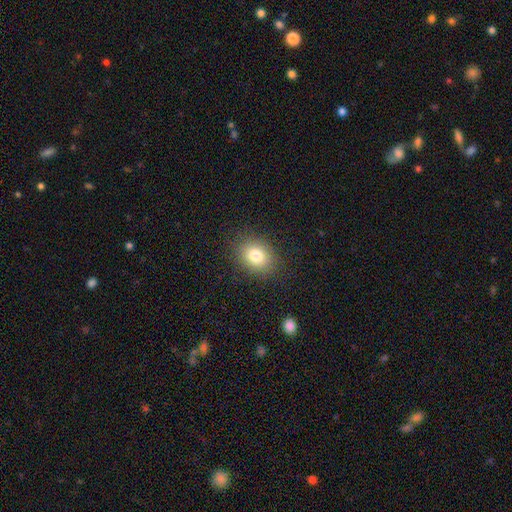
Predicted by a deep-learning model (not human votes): A smooth galaxy with no disk features (82%) that is in between round and cigar-shaped (62%). Merging: none (86%).